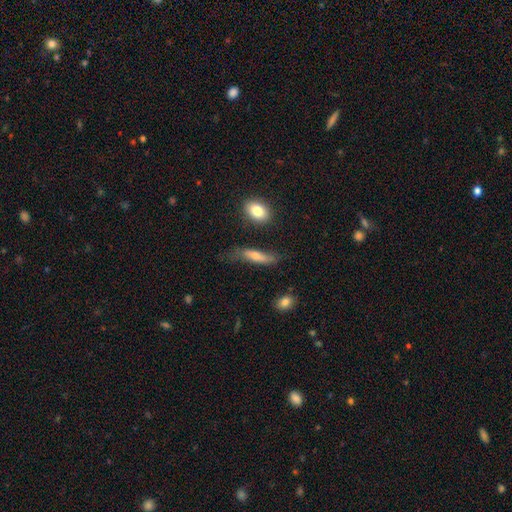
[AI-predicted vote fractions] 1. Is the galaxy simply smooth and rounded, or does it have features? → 58% smooth, 33% featured or disk, 9% star or artifact.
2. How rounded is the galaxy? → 68% cigar-shaped, 28% in between, 3% round.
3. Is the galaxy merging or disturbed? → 61% none, 25% minor disturbance, 11% major disturbance, 3% merger.